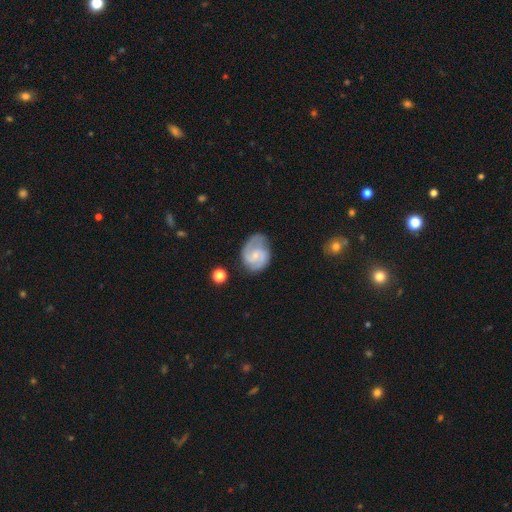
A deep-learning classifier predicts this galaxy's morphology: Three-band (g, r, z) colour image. It shows a featured or disk galaxy (80%) with no bar (50%), 2 (80%) medium (50%) spiral arms (96%) and a small central bulge (66%). Merging: none (66%).